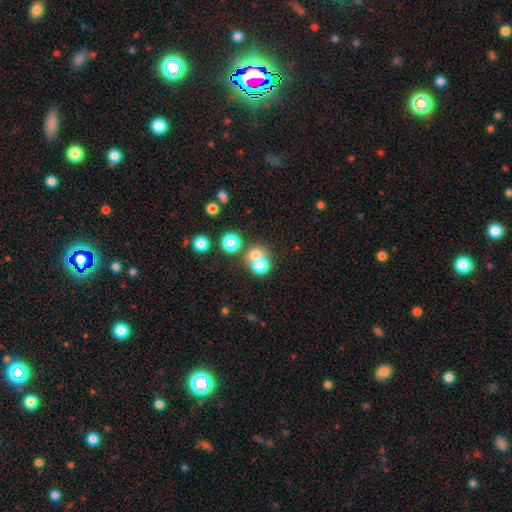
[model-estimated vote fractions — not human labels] Smooth or featured? Predicted: smooth (p=0.70). How rounded? Predicted: round (p=0.81). Merging? Predicted: merger (p=0.50).